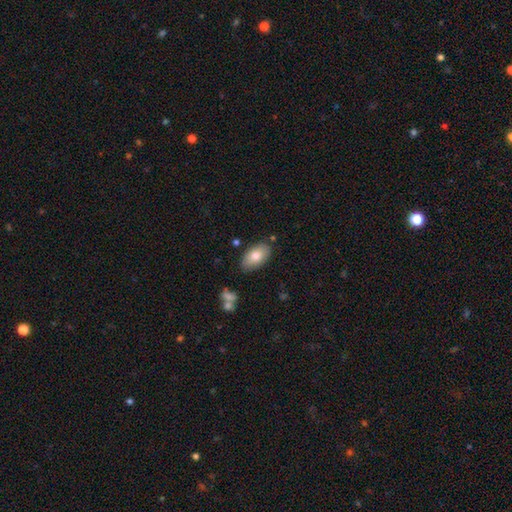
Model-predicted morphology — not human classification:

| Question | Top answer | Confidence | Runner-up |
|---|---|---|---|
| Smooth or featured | smooth | 77% | featured or disk (16%) |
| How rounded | in between | 94% | round (4%) |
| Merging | none | 81% | minor disturbance (13%) |